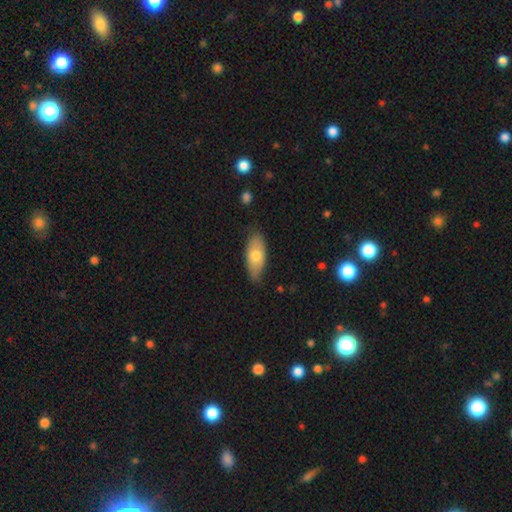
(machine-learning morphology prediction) type=smooth (69%); roundness=in between (85%); merging=none (73%).